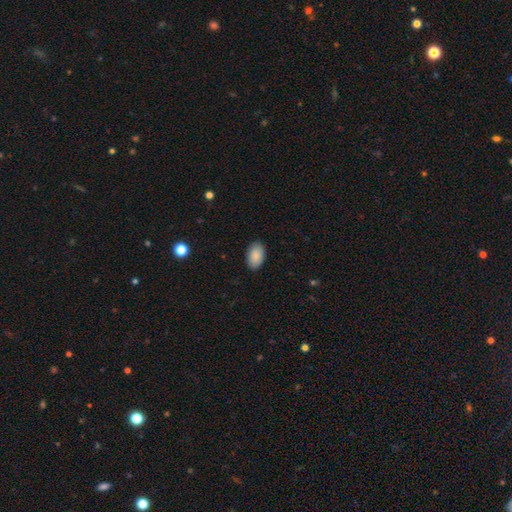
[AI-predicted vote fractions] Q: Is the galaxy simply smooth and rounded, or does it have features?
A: smooth — 89%.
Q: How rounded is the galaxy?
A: in between — 93%.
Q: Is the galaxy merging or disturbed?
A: none — 88%.